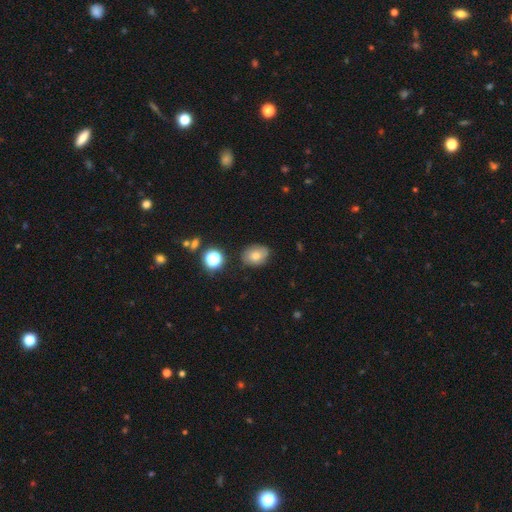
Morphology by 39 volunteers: A smooth galaxy with no disk features (82%) that is in between round and cigar-shaped (66%). Merging: none (83%).